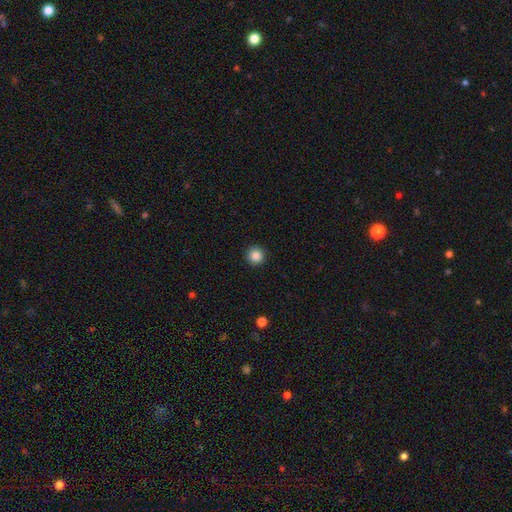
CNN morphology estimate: A smooth galaxy with no disk features (86%) that is round (96%).

Vote fractions:
- Smooth or featured? smooth: 86% / star or artifact: 10% / featured or disk: 4%
- How rounded? round: 96% / in between: 3% / cigar-shaped: 1%
- Merging? none: 93% / minor disturbance: 4% / major disturbance: 2% / merger: 1%